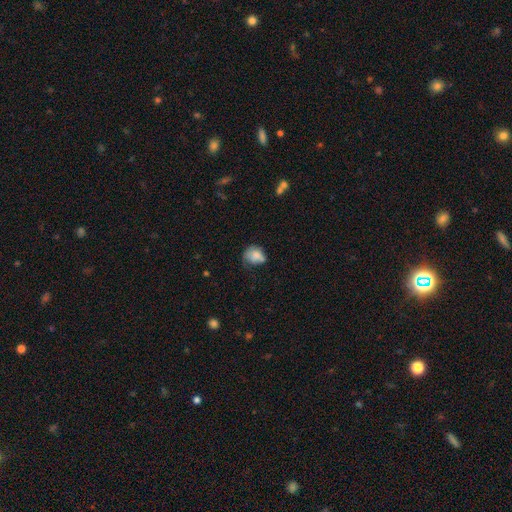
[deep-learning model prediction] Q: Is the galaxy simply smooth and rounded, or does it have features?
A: smooth — 74%.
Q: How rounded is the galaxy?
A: round — 54%.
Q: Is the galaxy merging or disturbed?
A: none — 39%.